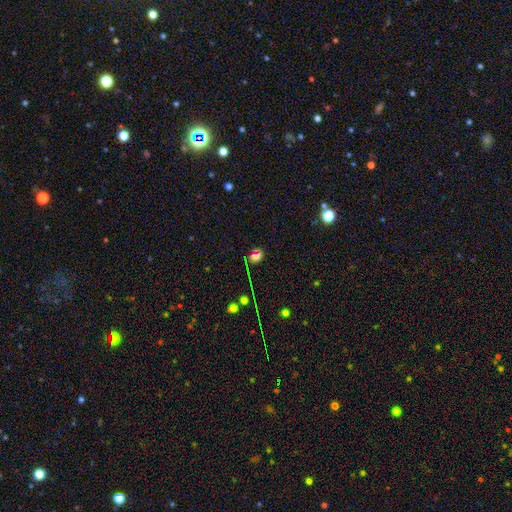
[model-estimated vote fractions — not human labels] Smooth or featured? smooth (57%)
How rounded? in between (56%)
Merging? none (70%)